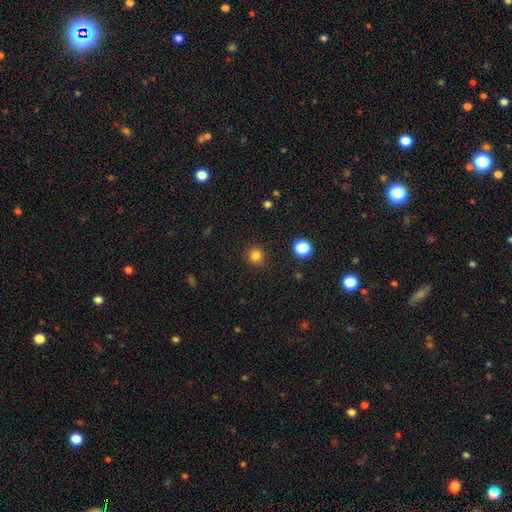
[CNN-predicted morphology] Smooth or featured: smooth — 82% (star or artifact — 14%)
How rounded: round — 89% (in between — 10%)
Merging: none — 87% (minor disturbance — 8%)